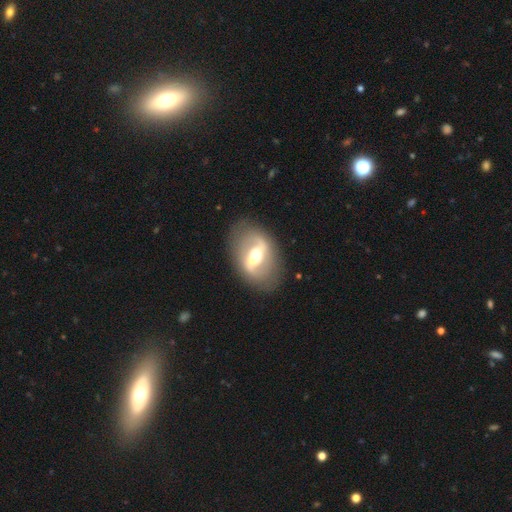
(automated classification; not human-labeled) A featured or disk galaxy (72%) with a strong bar (44%), spiral arms (52%) and a moderate central bulge (66%).

Vote fractions:
- Smooth or featured? featured or disk: 72% / smooth: 20% / star or artifact: 8%
- Edge-on disk? no: 93% / yes: 7%
- Bar? strong: 44% / weak: 33% / no: 23%
- Spiral arms? yes: 52% / no: 48%
- Bulge size? moderate: 66% / large: 17% / small: 12% / dominant: 3% / none: 1%
- Merging? none: 62% / merger: 15% / minor disturbance: 14% / major disturbance: 9%